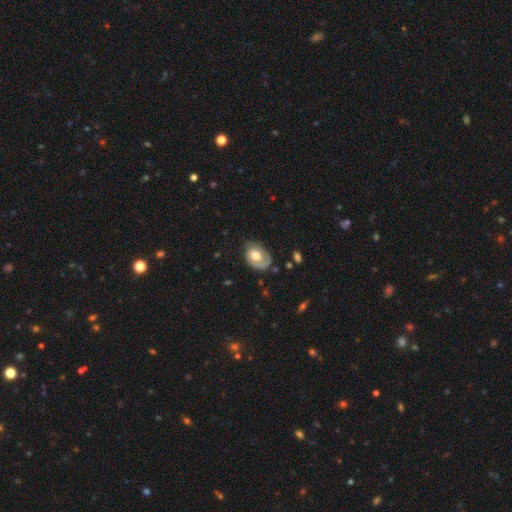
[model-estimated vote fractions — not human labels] This is possibly a featured or disk galaxy (55%). It is clearly not viewed edge-on (96%). Bar: likely no (72%). Spiral arm pattern: likely yes (77%). Central bulge: likely moderate (62%). Merging: possibly none (59%).